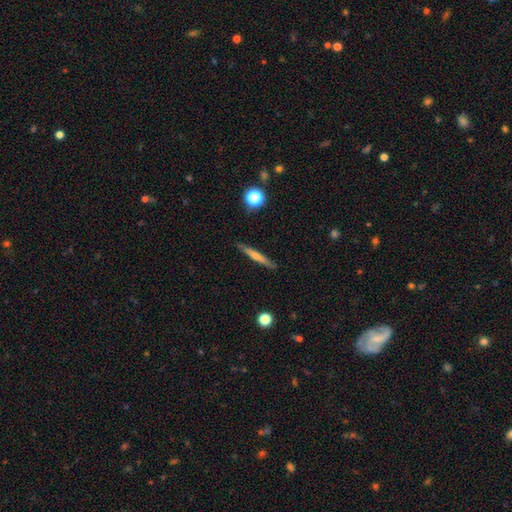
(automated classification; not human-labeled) This is possibly a featured or disk galaxy (53%). It is clearly viewed edge-on (96%). Edge-on bulge: possibly rounded (51%). Merging: clearly none (90%).